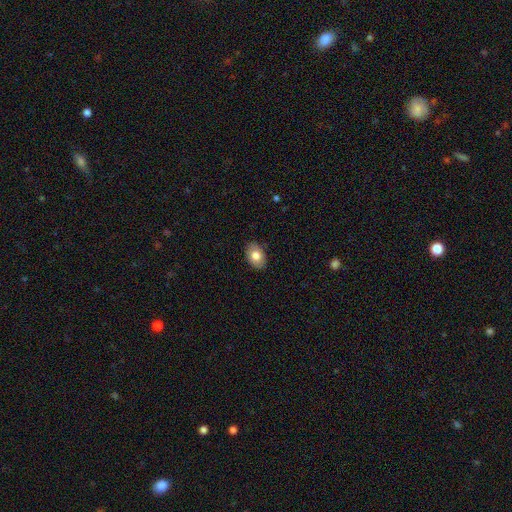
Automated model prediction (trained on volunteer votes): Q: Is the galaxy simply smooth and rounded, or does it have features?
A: smooth — 78%.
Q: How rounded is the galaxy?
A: in between — 85%.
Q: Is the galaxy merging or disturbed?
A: none — 87%.